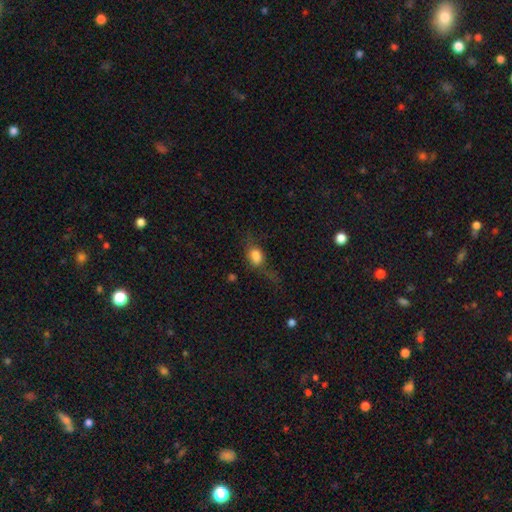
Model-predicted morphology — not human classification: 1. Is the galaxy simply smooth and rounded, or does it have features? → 71% smooth, 17% featured or disk, 12% star or artifact.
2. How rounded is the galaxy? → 71% in between, 22% round, 7% cigar-shaped.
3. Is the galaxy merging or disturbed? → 40% none, 31% major disturbance, 25% minor disturbance, 4% merger.